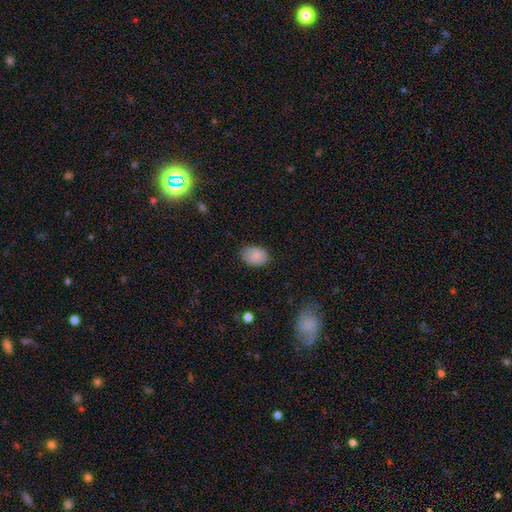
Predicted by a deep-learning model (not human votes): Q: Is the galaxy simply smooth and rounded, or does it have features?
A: smooth — 82%.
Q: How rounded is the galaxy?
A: in between — 79%.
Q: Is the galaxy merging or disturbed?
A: none — 80%.